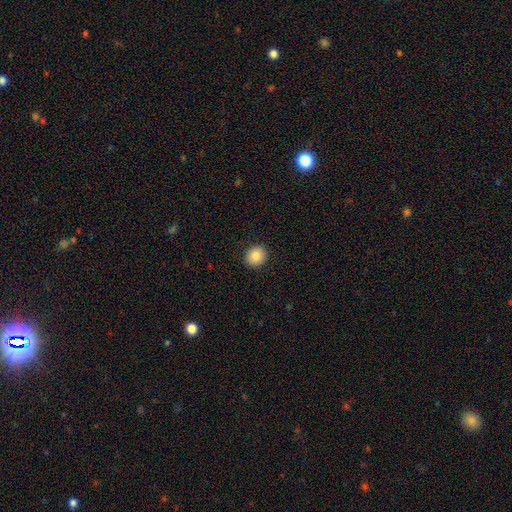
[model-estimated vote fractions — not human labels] This is clearly a smooth galaxy (84%). How rounded: clearly round (82%). Merging: clearly none (92%).